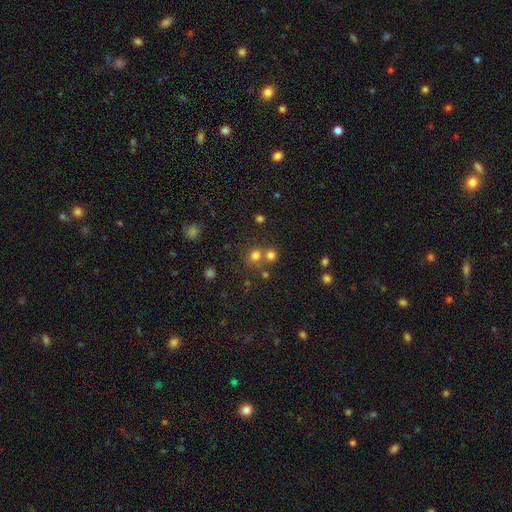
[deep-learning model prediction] smooth 73%, star or artifact 20%, featured or disk 7%. Down the decision tree: how rounded — round (87%); merging — none (59%).